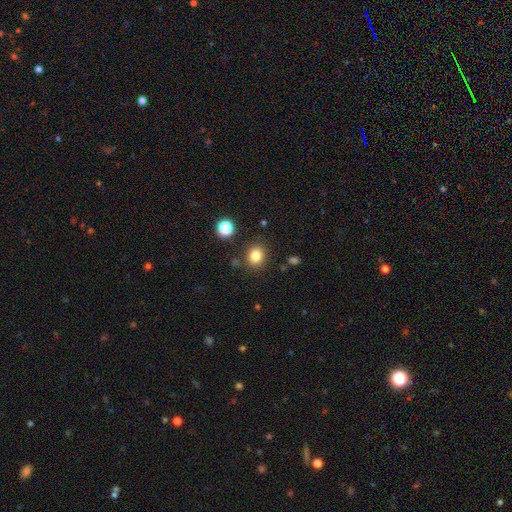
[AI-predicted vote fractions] This is clearly a smooth galaxy (82%). How rounded: likely round (69%). Merging: clearly none (85%).